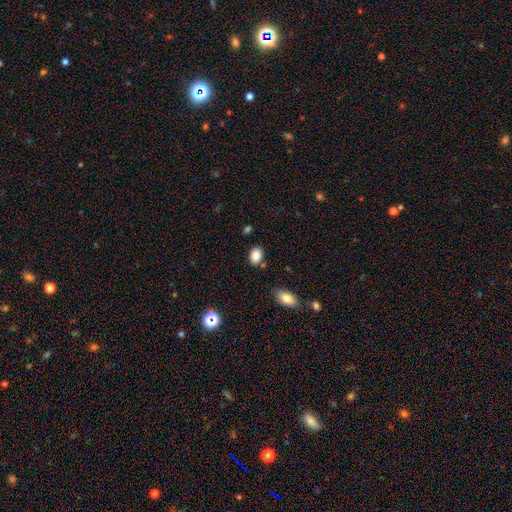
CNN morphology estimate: Overall: smooth (86%). How rounded: in between (78%). Merging: none (81%).